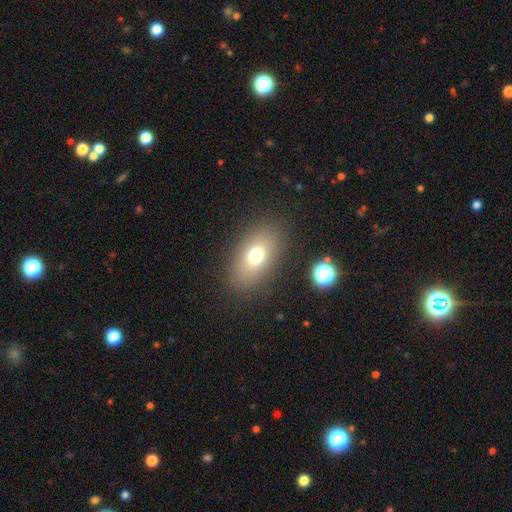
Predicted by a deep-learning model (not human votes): smooth_or_featured: smooth (p=0.70) [alt: featured or disk p=0.16]
how_rounded: in between (p=0.82) [alt: round p=0.16]
merging: none (p=0.85) [alt: minor disturbance p=0.09]